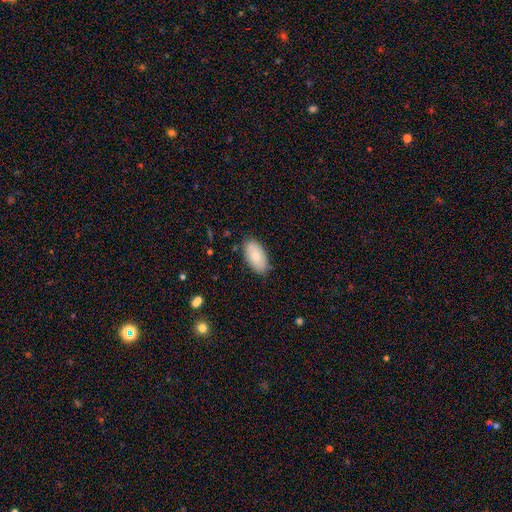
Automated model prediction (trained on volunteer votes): smooth-or-featured: smooth: 83% | featured or disk: 11% | star or artifact: 6%
  how-rounded: in between: 94% | cigar-shaped: 3% | round: 2%
  merging: none: 81% | minor disturbance: 15% | major disturbance: 3% | merger: 1%